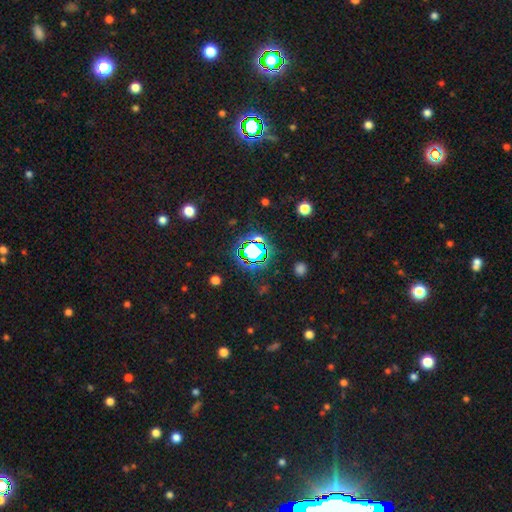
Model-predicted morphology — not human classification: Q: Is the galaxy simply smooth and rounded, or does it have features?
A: star or artifact — 69%.